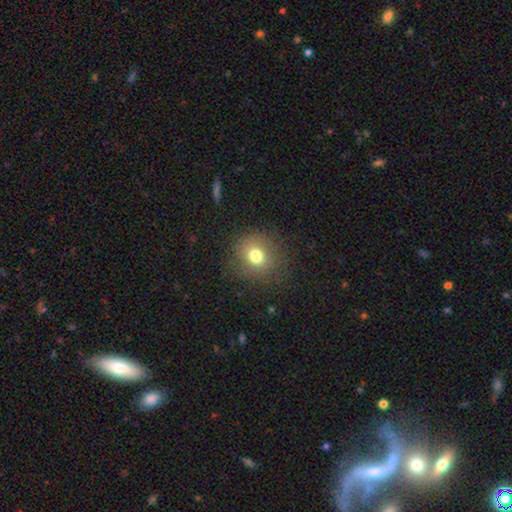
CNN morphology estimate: smooth 73%, star or artifact 14%, featured or disk 12%. Down the decision tree: how rounded — round (76%); merging — none (74%).